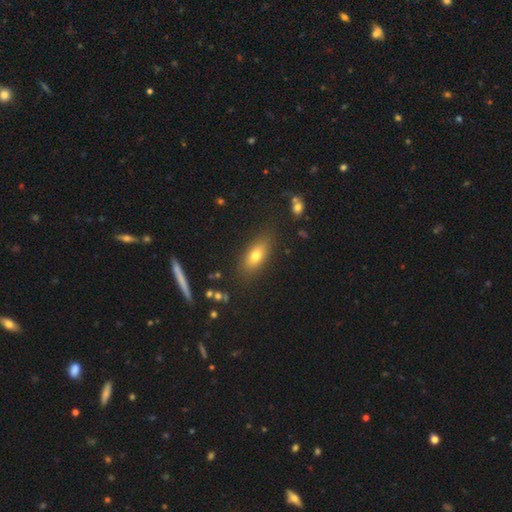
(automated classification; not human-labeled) smooth 73%, featured or disk 16%, star or artifact 11%. Down the decision tree: how rounded — in between (75%); merging — none (82%).